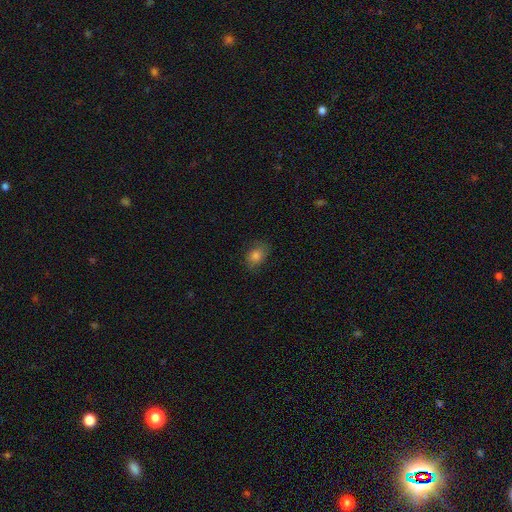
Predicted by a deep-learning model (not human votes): Overall: smooth (79%). How rounded: in between (67%; round 32%). Merging: none (73%).